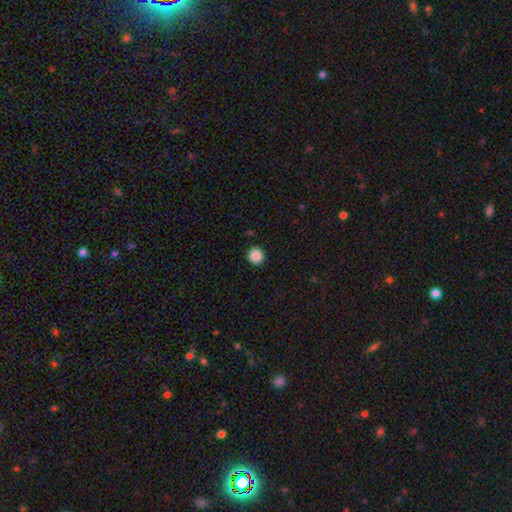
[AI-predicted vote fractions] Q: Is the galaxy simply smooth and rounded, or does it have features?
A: smooth — 87%.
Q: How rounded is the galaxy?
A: round — 94%.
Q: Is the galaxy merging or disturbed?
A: none — 93%.